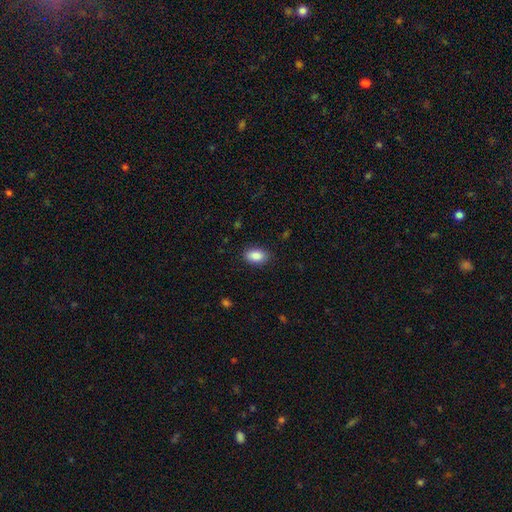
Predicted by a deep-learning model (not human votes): Morphology: type=smooth (88%); roundness=in between (90%); merging=none (87%).